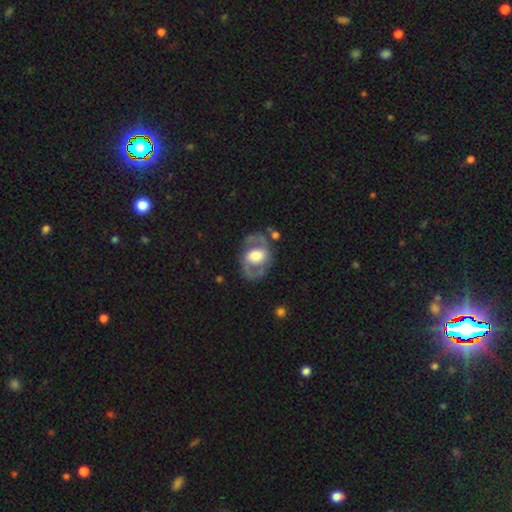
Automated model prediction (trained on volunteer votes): Smooth or featured: featured or disk — 77% (smooth — 18%)
Edge-on disk: no — 96% (yes — 4%)
Bar: no — 47% (weak — 37%)
Spiral arms: yes — 78% (no — 22%)
Spiral winding: medium — 55% (loose — 25%)
Spiral arm count: 2 — 90% (can't tell — 5%)
Bulge size: large — 47% (moderate — 39%)
Merging: none — 72% (minor disturbance — 16%)